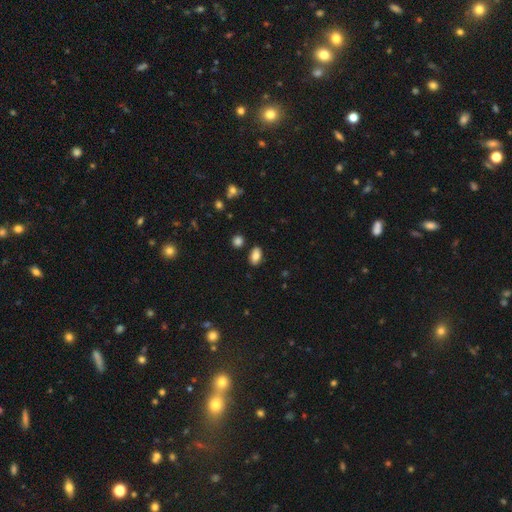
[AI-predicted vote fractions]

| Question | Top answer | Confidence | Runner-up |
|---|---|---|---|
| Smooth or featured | smooth | 83% | star or artifact (9%) |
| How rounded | in between | 90% | round (8%) |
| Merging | none | 83% | minor disturbance (11%) |